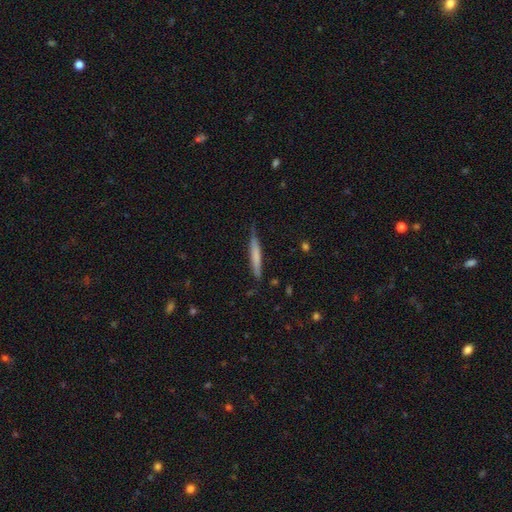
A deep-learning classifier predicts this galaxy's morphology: Overall: smooth (62%; featured or disk 32%). How rounded: cigar-shaped (95%). Merging: none (80%).